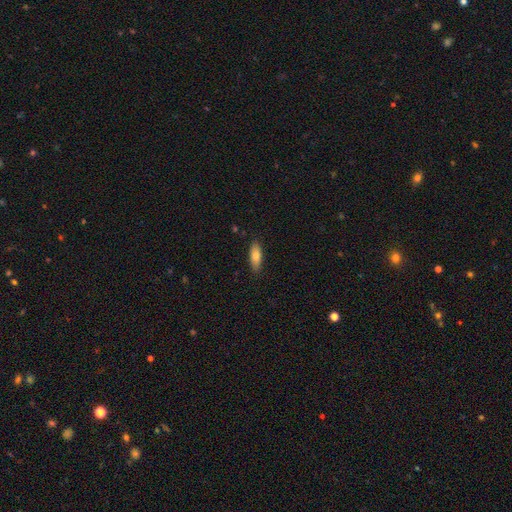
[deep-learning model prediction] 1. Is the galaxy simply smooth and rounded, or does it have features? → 80% smooth, 14% featured or disk, 7% star or artifact.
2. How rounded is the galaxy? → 68% in between, 30% cigar-shaped, 2% round.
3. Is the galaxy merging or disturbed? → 86% none, 11% minor disturbance, 2% major disturbance, 1% merger.